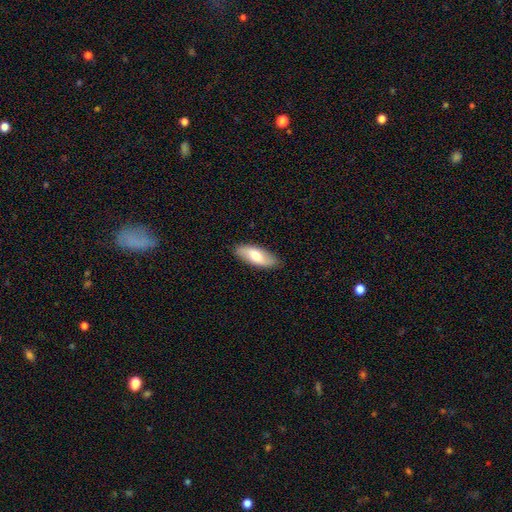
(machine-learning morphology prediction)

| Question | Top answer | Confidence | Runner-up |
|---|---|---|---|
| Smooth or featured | smooth | 60% | featured or disk (34%) |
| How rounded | in between | 76% | cigar-shaped (22%) |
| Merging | none | 86% | minor disturbance (11%) |